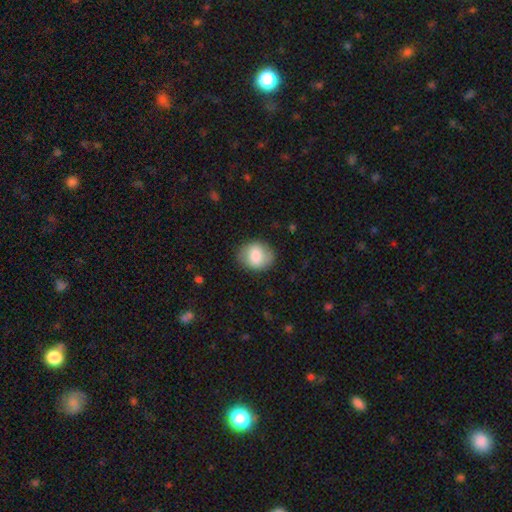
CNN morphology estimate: Smooth or featured? Predicted: smooth (p=0.76). How rounded? Predicted: round (p=0.60). Merging? Predicted: none (p=0.81).